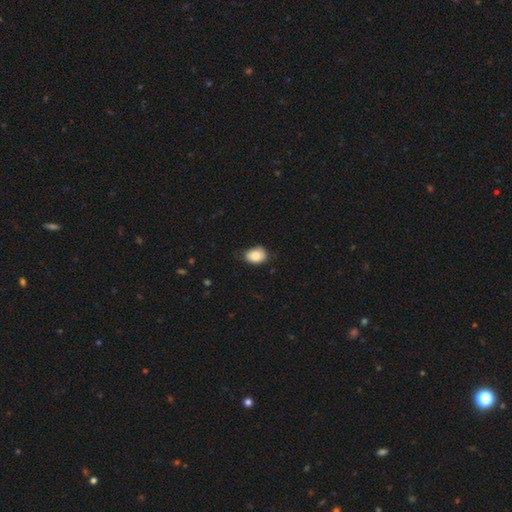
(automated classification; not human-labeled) smooth_or_featured: smooth (p=0.85) [alt: star or artifact p=0.08]
how_rounded: in between (p=0.71) [alt: round p=0.28]
merging: none (p=0.66) [alt: minor disturbance p=0.29]